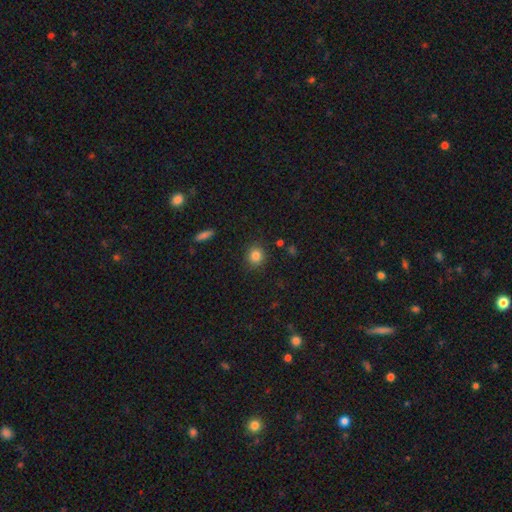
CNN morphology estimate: Smooth or featured: smooth — 83% (star or artifact — 11%)
How rounded: round — 84% (in between — 14%)
Merging: none — 88% (minor disturbance — 8%)